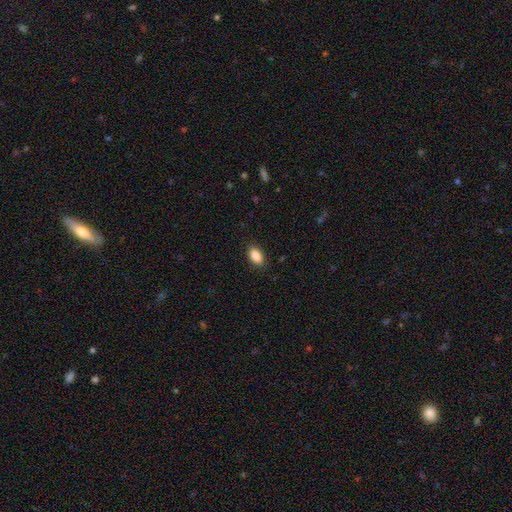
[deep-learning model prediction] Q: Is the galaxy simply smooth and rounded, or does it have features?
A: smooth — 88%.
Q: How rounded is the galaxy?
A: in between — 91%.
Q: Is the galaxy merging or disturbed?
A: none — 88%.